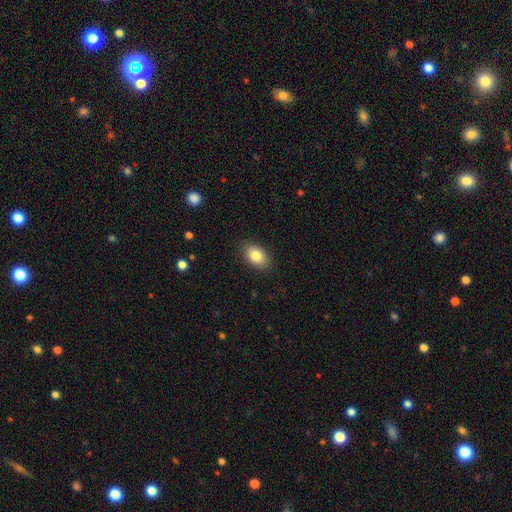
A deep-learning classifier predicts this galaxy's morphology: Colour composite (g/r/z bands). It shows a smooth galaxy with no disk features (83%) that is in between round and cigar-shaped (88%). Merging: none (87%).